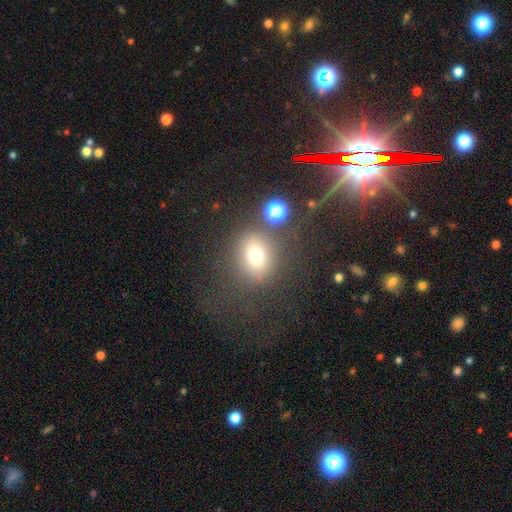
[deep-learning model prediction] Smooth or featured? Predicted: smooth (p=0.71). How rounded? Predicted: round (p=0.77). Merging? Predicted: none (p=0.76).